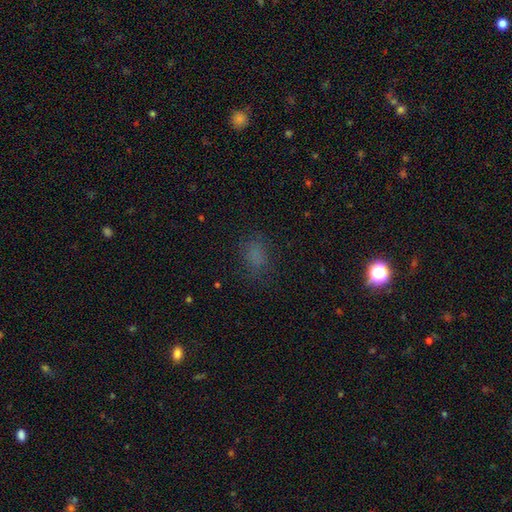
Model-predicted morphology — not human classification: A smooth galaxy with no disk features (70%) that is in between round and cigar-shaped (65%). Merging: none (73%).